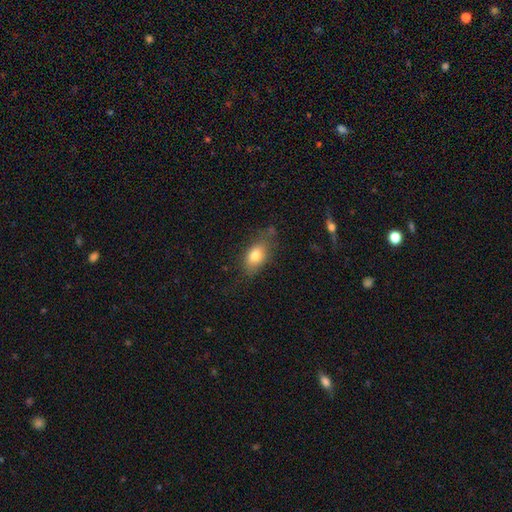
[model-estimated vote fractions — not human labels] Morphology: type=smooth (77%); roundness=in between (85%); merging=none (63%).